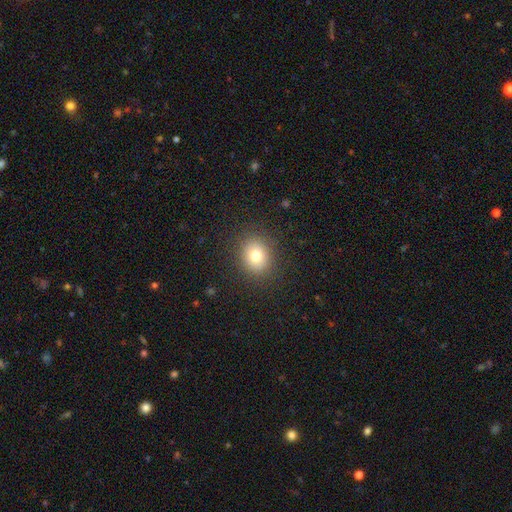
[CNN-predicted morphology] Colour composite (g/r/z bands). It shows a smooth galaxy with no disk features (77%) that is round (71%). Merging: none (88%).